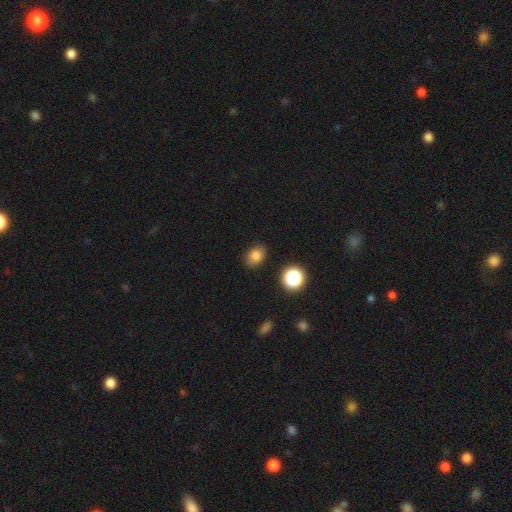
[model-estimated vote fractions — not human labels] Smooth or featured? smooth (81%)
How rounded? in between (59%)
Merging? none (83%)